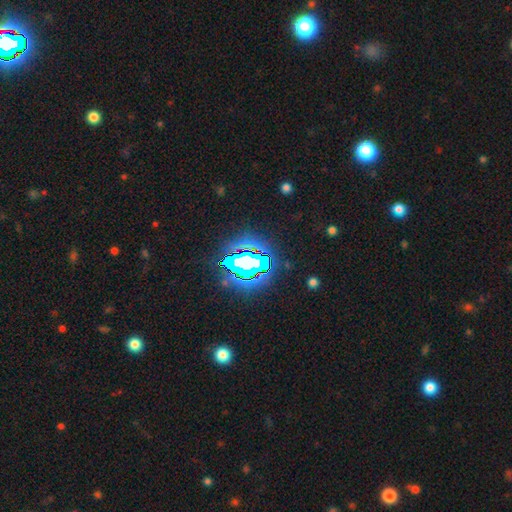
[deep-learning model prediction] smooth_or_featured: star or artifact (p=0.72) [alt: smooth p=0.15]